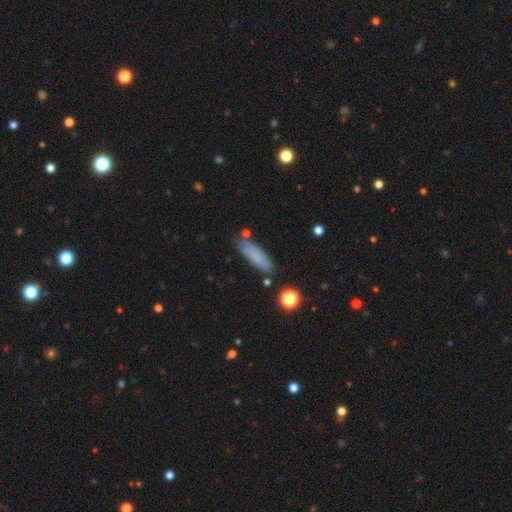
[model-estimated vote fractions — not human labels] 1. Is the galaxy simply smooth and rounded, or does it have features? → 82% smooth, 10% featured or disk, 9% star or artifact.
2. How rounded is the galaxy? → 52% cigar-shaped, 46% in between, 2% round.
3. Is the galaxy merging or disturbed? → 78% none, 14% minor disturbance, 4% merger, 3% major disturbance.